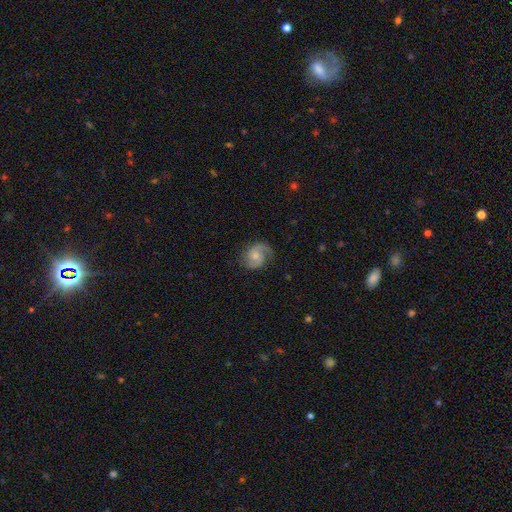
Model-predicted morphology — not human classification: A featured or disk galaxy (72%) with no bar (61%), 2 (77%) medium (49%) spiral arms (95%) and a moderate central bulge (50%). Merging: none (71%).